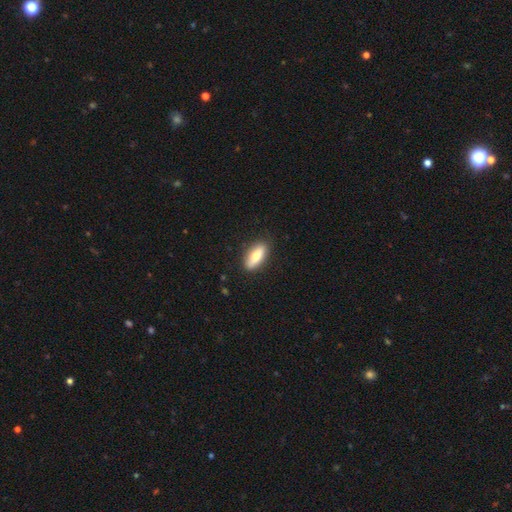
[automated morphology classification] Overall: smooth (69%). How rounded: in between (74%). Merging: none (86%).